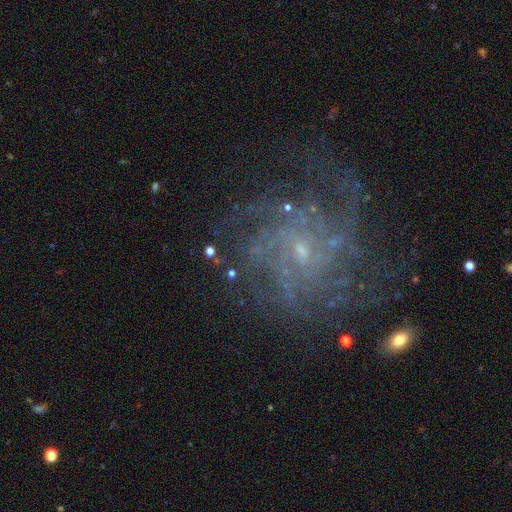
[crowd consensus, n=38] This is clearly a featured or disk galaxy (89%). It is clearly not viewed edge-on (100%). Bar: possibly no (56%). Spiral arm pattern: clearly yes (97%). Spiral arm count: possibly more than 4 (52%). Spiral winding: likely tight (64%). Central bulge: clearly small (85%). Merging: likely none (69%).